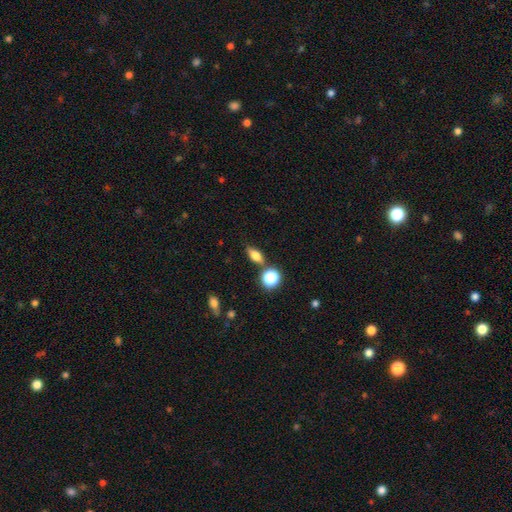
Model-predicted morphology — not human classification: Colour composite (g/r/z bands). It shows a smooth galaxy with no disk features (70%) that is in between round and cigar-shaped (68%). Merging: none (74%).